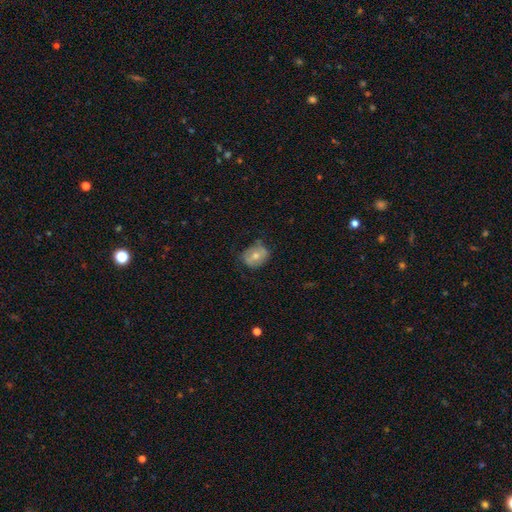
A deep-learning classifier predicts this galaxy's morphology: smooth_or_featured: smooth (p=0.60) [alt: featured or disk p=0.31]
how_rounded: round (p=0.52) [alt: in between p=0.47]
merging: none (p=0.59) [alt: minor disturbance p=0.30]